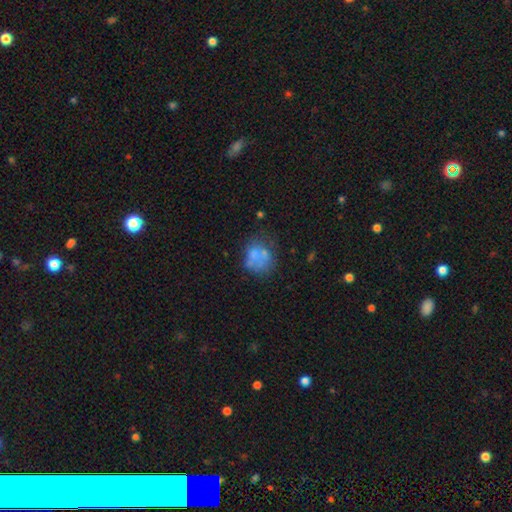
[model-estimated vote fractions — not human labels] Overall: smooth (44%; featured or disk 38%). Merging: none (46%; merger 20%).